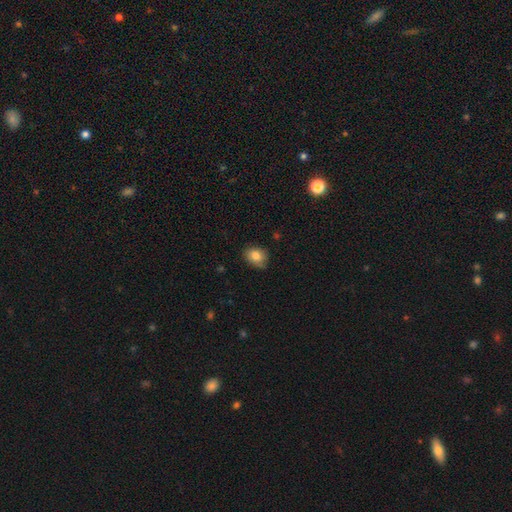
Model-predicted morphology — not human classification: Q: Smooth or featured?
A: smooth (82%); runner-up: star or artifact (9%)
Q: How rounded?
A: in between (51%); runner-up: round (48%)
Q: Merging?
A: none (73%); runner-up: minor disturbance (22%)